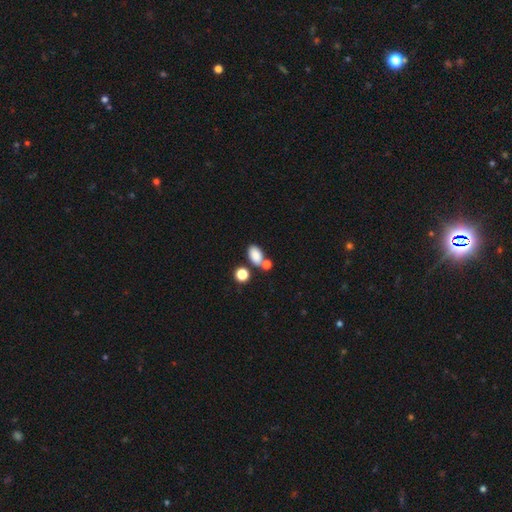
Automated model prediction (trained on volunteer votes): smooth 84%, star or artifact 10%, featured or disk 6%. Down the decision tree: how rounded — in between (88%); merging — none (61%).